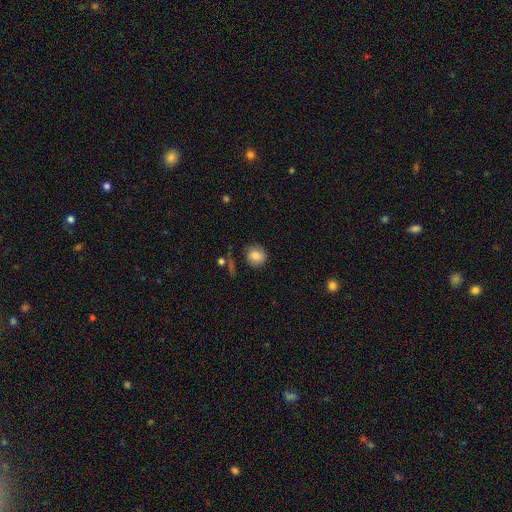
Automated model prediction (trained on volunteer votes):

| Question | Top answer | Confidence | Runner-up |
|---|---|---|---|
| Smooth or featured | smooth | 81% | featured or disk (10%) |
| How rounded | round | 85% | in between (14%) |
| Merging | none | 79% | minor disturbance (14%) |